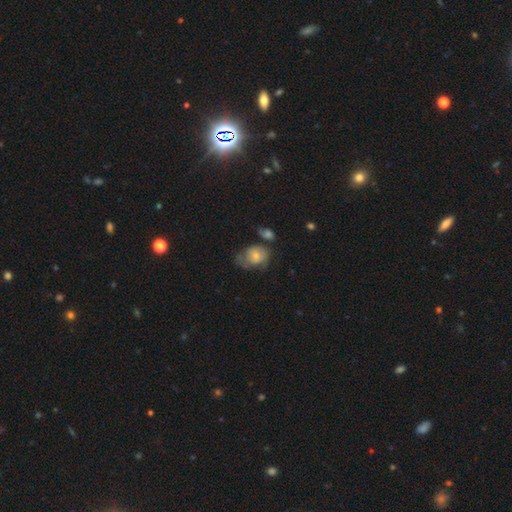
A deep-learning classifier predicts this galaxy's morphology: Smooth or featured? Predicted: smooth (p=0.59). How rounded? Predicted: in between (p=0.61). Merging? Predicted: minor disturbance (p=0.32).